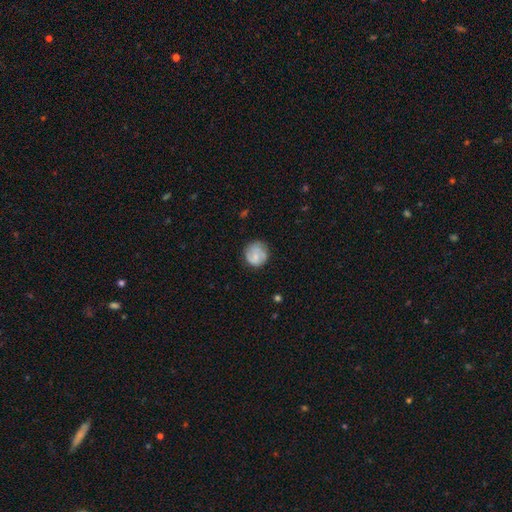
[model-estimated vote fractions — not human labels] The model was most divided on "smooth or featured": smooth: 55%, featured or disk: 38%, star or artifact: 7%. More confident: how rounded — round (87%); merging — none (72%).